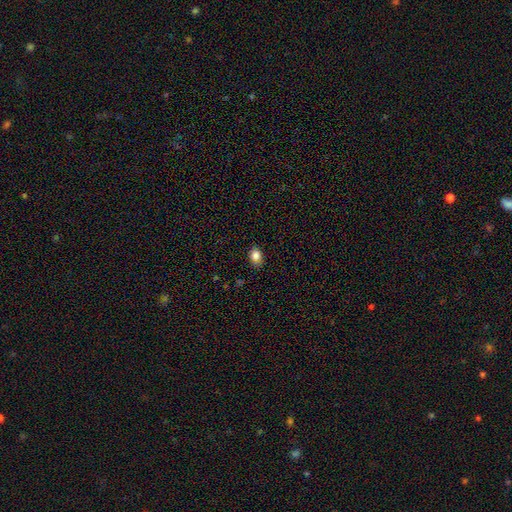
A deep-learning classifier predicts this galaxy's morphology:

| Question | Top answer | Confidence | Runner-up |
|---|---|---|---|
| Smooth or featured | smooth | 82% | star or artifact (12%) |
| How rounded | in between | 63% | round (36%) |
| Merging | none | 79% | minor disturbance (16%) |